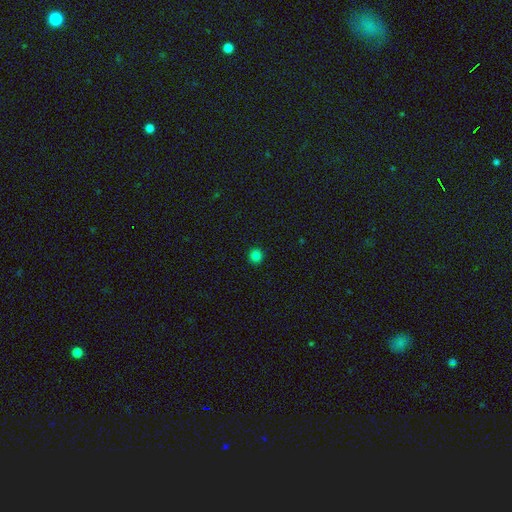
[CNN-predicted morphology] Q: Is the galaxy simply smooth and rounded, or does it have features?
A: smooth — 82%.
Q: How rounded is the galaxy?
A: round — 94%.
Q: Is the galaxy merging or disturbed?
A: none — 93%.